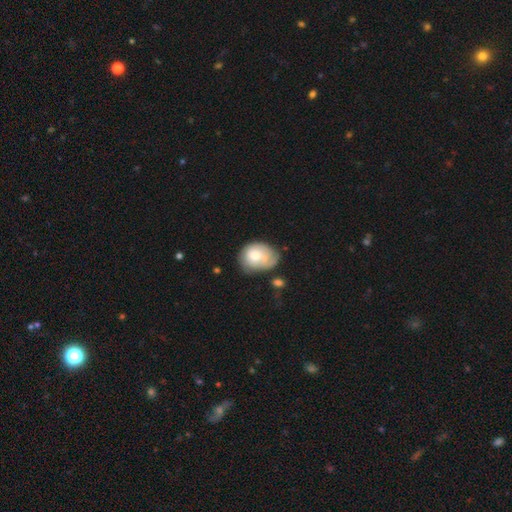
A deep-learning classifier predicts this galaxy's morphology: smooth 56%, featured or disk 37%, star or artifact 7%. Down the decision tree: how rounded — in between (54%); merging — none (45%).